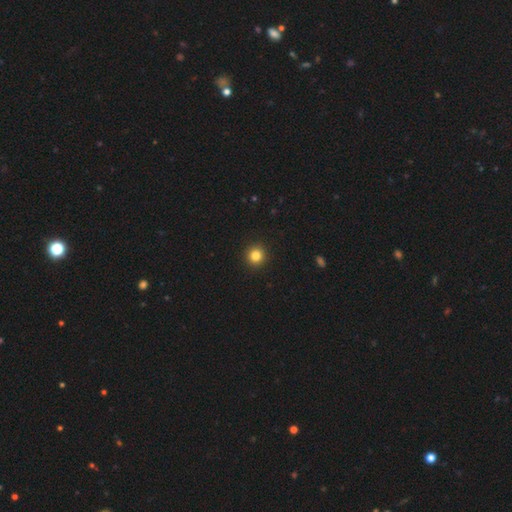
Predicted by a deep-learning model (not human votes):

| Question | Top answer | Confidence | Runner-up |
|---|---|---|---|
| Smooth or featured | smooth | 83% | star or artifact (12%) |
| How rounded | round | 94% | in between (5%) |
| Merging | none | 93% | minor disturbance (4%) |